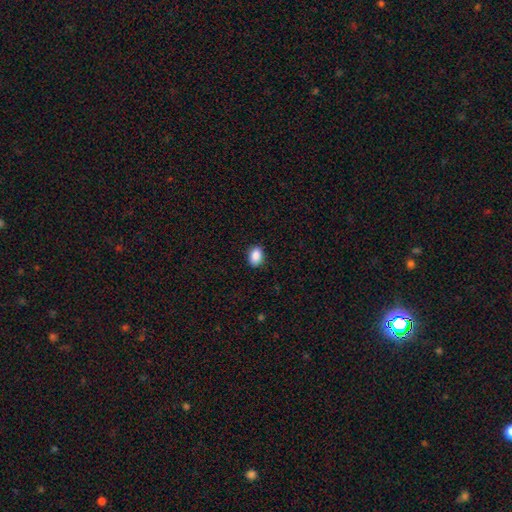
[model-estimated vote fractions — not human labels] Smooth or featured?
  - smooth: 89% *
  - star or artifact: 8%
  - featured or disk: 3%
How rounded?
  - in between: 78% *
  - round: 21%
  - cigar-shaped: 1%
Merging?
  - none: 89% *
  - minor disturbance: 8%
  - major disturbance: 2%
  - merger: 1%